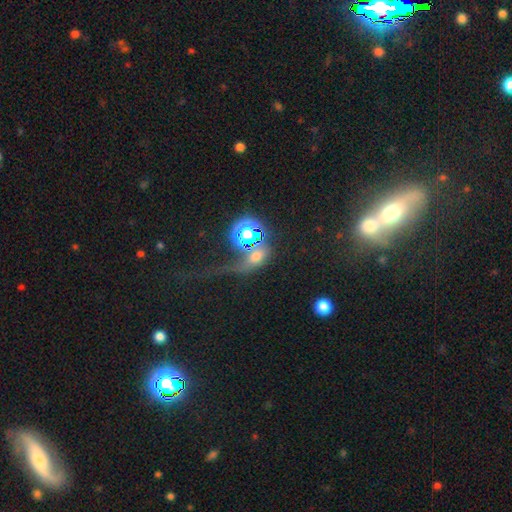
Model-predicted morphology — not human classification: smooth-or-featured: smooth: 45% | star or artifact: 38% | featured or disk: 17%
  merging: none: 36% | major disturbance: 32% | merger: 18% | minor disturbance: 14%